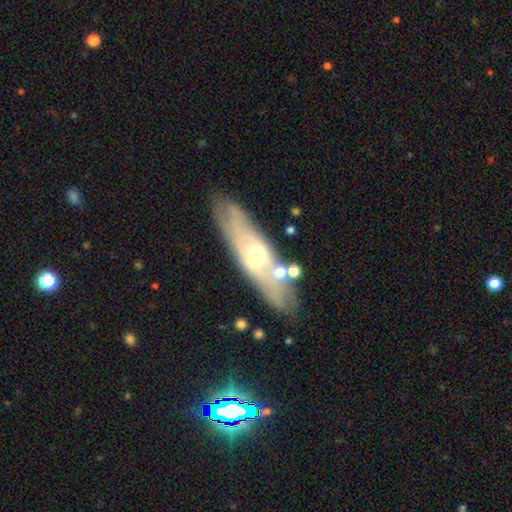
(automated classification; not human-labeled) Smooth or featured: featured or disk — 60% (smooth — 33%)
Edge-on disk: no — 57% (yes — 43%)
Merging: none — 73% (minor disturbance — 15%)